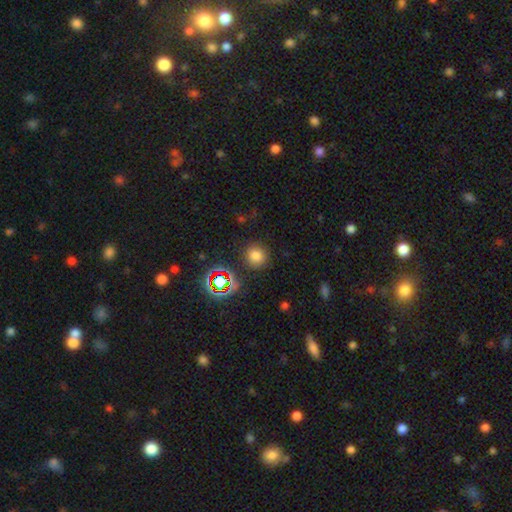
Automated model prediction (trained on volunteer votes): This is likely a smooth galaxy (73%). How rounded: clearly round (89%). Merging: clearly none (86%).